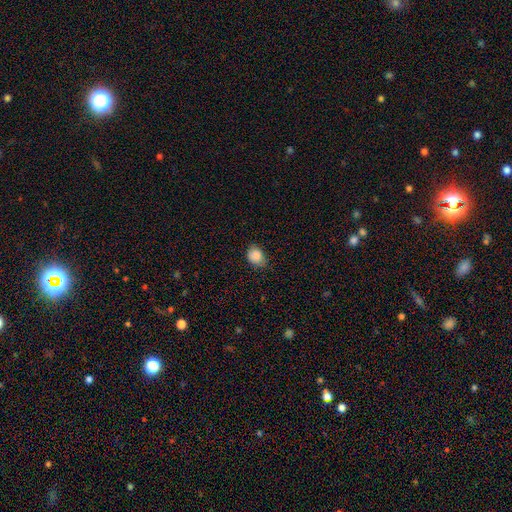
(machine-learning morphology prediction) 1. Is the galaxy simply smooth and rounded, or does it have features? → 87% smooth, 8% star or artifact, 5% featured or disk.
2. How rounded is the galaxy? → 53% in between, 46% round, 1% cigar-shaped.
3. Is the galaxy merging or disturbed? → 65% none, 29% minor disturbance, 5% major disturbance, 1% merger.